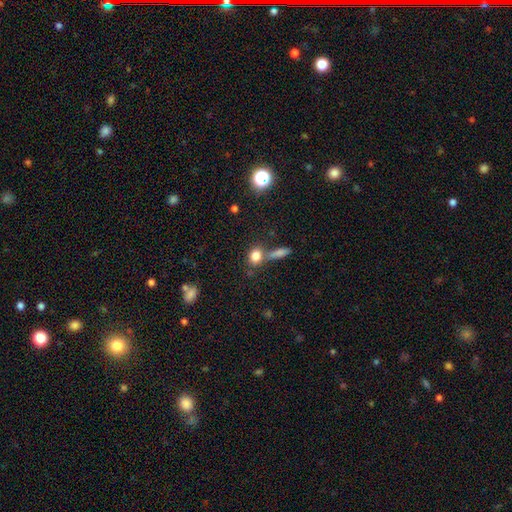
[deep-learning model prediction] Smooth or featured? smooth (79%)
How rounded? round (54%)
Merging? none (58%)